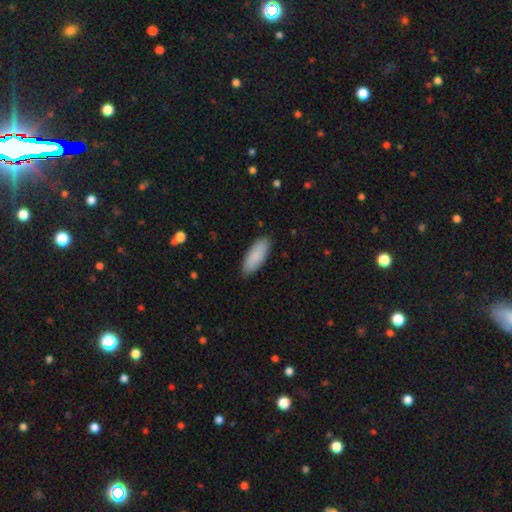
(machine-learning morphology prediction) Smooth or featured?
  - smooth: 88% *
  - featured or disk: 7%
  - star or artifact: 5%
How rounded?
  - in between: 76% *
  - cigar-shaped: 22%
  - round: 2%
Merging?
  - none: 88% *
  - minor disturbance: 9%
  - major disturbance: 2%
  - merger: 1%